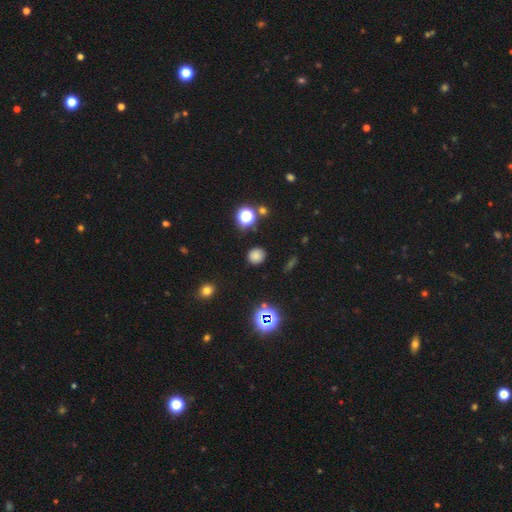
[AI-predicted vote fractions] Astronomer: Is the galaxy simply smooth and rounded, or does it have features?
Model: smooth — 75%.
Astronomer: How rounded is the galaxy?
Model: round — 84%.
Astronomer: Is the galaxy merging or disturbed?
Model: none — 86%.